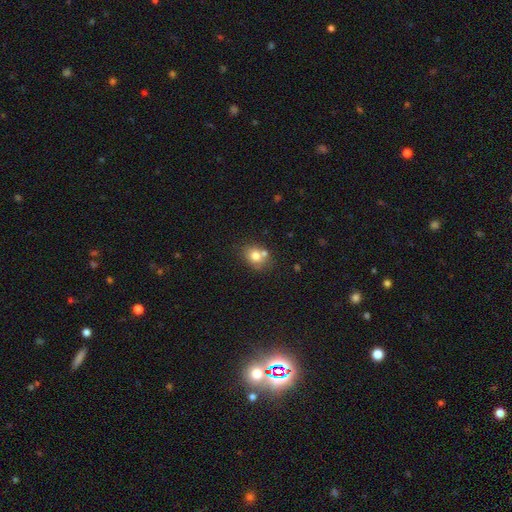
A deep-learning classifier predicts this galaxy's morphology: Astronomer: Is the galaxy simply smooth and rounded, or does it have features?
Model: smooth — 74%.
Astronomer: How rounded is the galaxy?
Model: round — 53% (runner-up: in between, 46%).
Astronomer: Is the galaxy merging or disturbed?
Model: none — 55%.